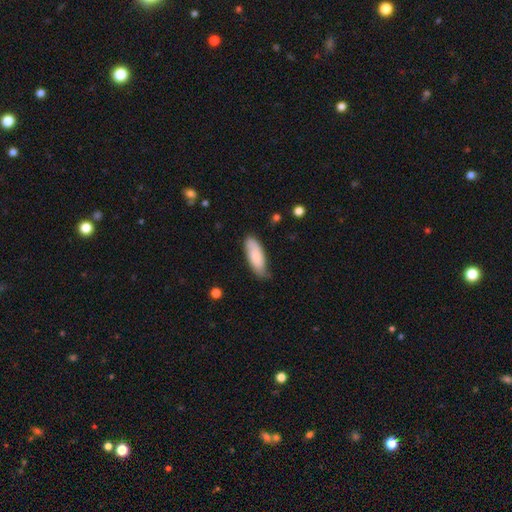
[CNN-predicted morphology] Smooth or featured?
  - smooth: 80% *
  - featured or disk: 15%
  - star or artifact: 6%
How rounded?
  - in between: 67% *
  - cigar-shaped: 31%
  - round: 2%
Merging?
  - none: 67% *
  - minor disturbance: 26%
  - major disturbance: 5%
  - merger: 2%